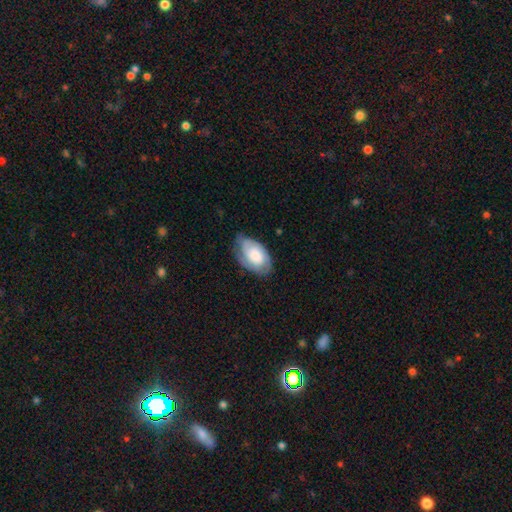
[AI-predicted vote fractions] Morphology: type=featured or disk (56%); edge-on=no (96%); bar=no (75%); spiral arms=yes (85%); bulge=large (35%); merging=none (62%).